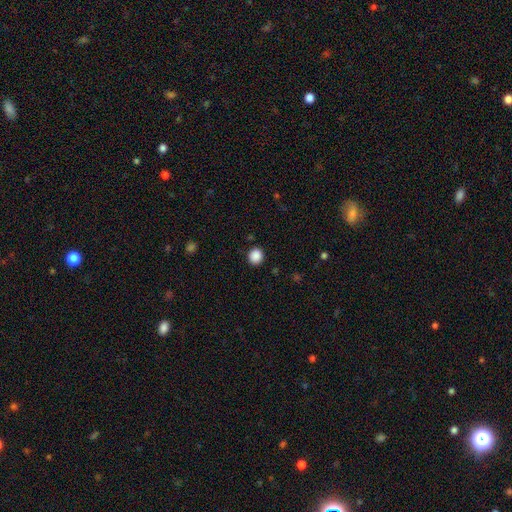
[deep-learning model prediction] Smooth or featured? Predicted: smooth (p=0.88). How rounded? Predicted: round (p=0.90). Merging? Predicted: none (p=0.91).